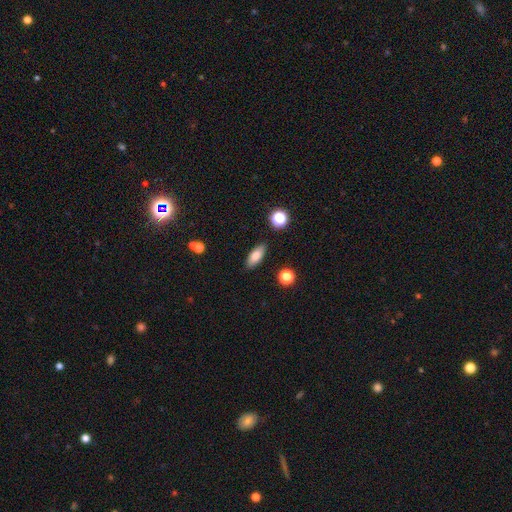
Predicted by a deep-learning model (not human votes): Q: Smooth or featured?
A: smooth (82%); runner-up: featured or disk (10%)
Q: How rounded?
A: in between (77%); runner-up: cigar-shaped (19%)
Q: Merging?
A: none (87%); runner-up: minor disturbance (9%)